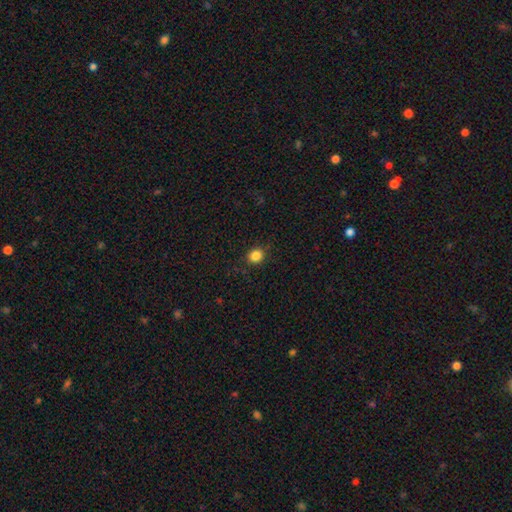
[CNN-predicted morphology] Overall: smooth (85%). How rounded: round (82%). Merging: none (88%).